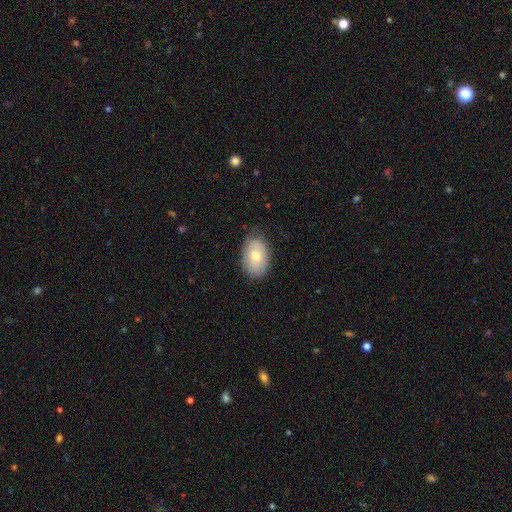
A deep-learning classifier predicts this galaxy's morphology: Overall: smooth (67%). How rounded: in between (89%). Merging: none (80%).